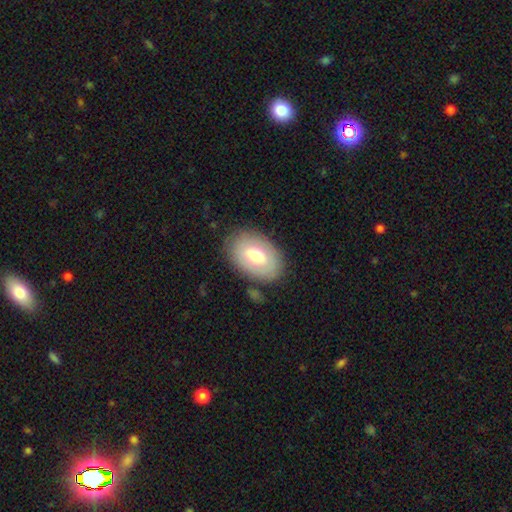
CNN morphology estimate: Smooth or featured?
  - smooth: 63% *
  - featured or disk: 31%
  - star or artifact: 7%
How rounded?
  - in between: 86% *
  - round: 12%
  - cigar-shaped: 1%
Merging?
  - none: 81% *
  - minor disturbance: 12%
  - major disturbance: 4%
  - merger: 2%